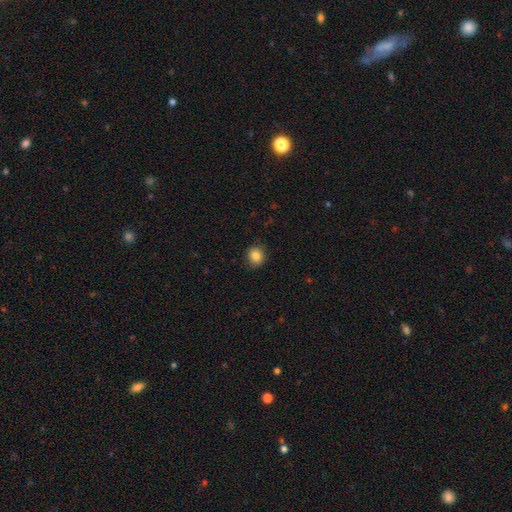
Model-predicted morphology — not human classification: A smooth galaxy with no disk features (84%) that is round (77%).

Vote fractions:
- Smooth or featured? smooth: 84% / star or artifact: 10% / featured or disk: 6%
- How rounded? round: 77% / in between: 22% / cigar-shaped: 1%
- Merging? none: 89% / minor disturbance: 8% / major disturbance: 2% / merger: 1%